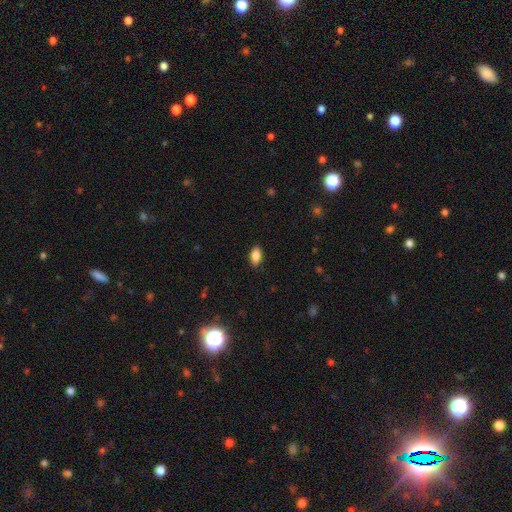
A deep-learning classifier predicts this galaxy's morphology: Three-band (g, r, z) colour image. It shows a smooth galaxy with no disk features (87%) that is in between round and cigar-shaped (91%). Merging: none (88%).